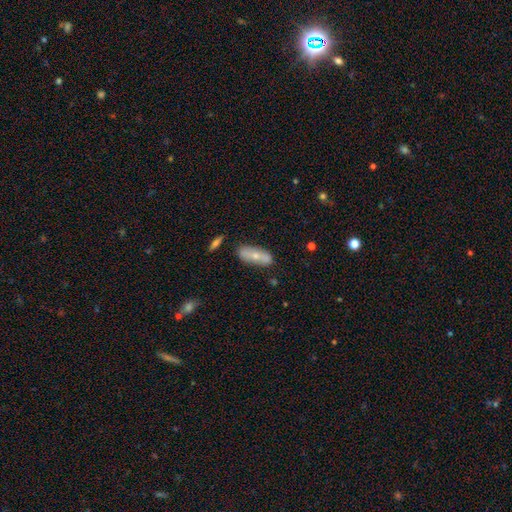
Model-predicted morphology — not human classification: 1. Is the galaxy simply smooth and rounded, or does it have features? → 57% smooth, 36% featured or disk, 7% star or artifact.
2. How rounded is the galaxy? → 65% in between, 32% cigar-shaped, 3% round.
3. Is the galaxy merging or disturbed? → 72% none, 17% minor disturbance, 7% merger, 4% major disturbance.